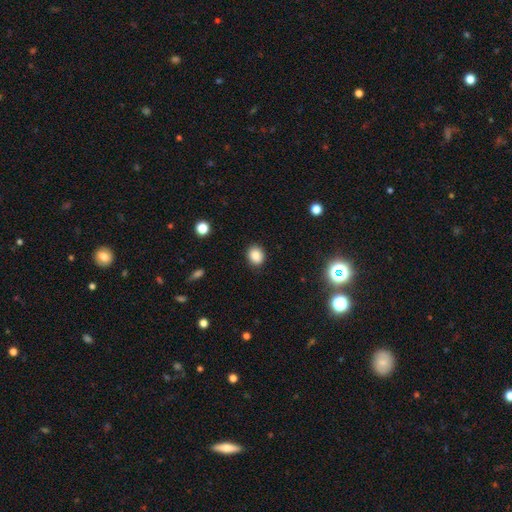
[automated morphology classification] Overall: smooth (86%). How rounded: round (64%; in between 35%). Merging: none (87%).